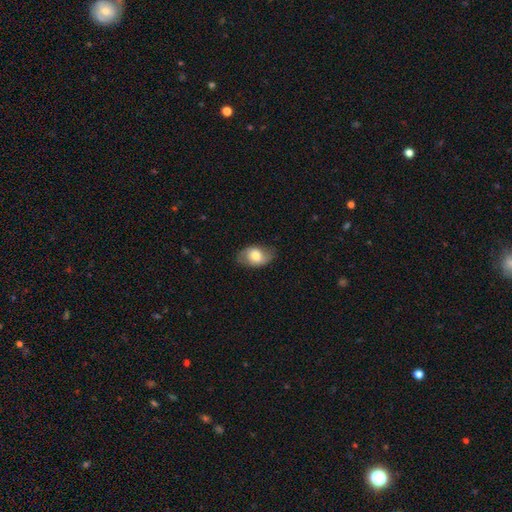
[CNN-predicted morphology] Smooth or featured? Predicted: smooth (p=0.64). How rounded? Predicted: in between (p=0.85). Merging? Predicted: none (p=0.75).